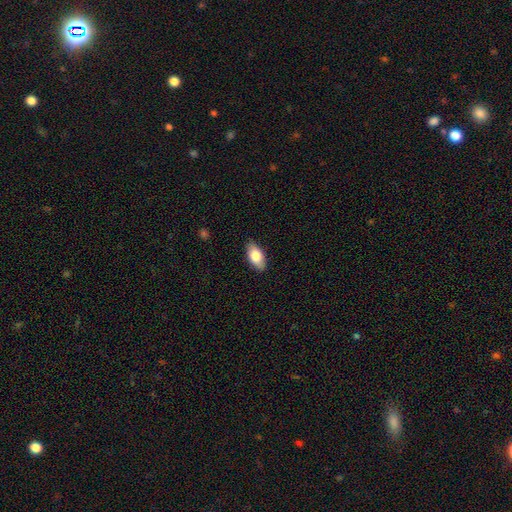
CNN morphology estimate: A smooth galaxy with no disk features (80%) that is in between round and cigar-shaped (91%). Merging: none (86%).